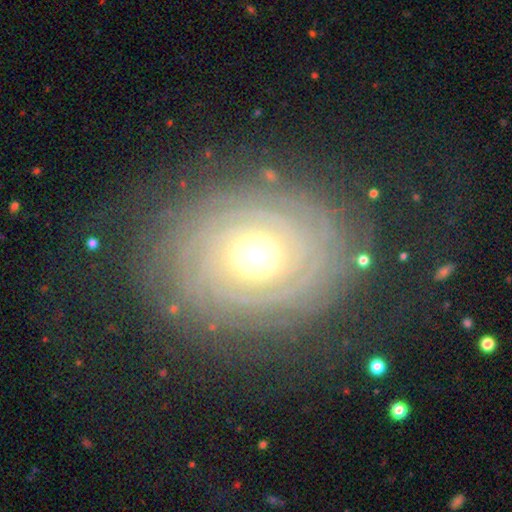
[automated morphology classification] Q: Smooth or featured?
A: featured or disk (80%); runner-up: smooth (13%)
Q: Edge-on disk?
A: no (96%); runner-up: yes (4%)
Q: Bar?
A: no (81%); runner-up: weak (13%)
Q: Spiral arms?
A: yes (89%); runner-up: no (11%)
Q: Spiral winding?
A: tight (84%); runner-up: medium (11%)
Q: Spiral arm count?
A: can't tell (39%); runner-up: more than 4 (19%)
Q: Bulge size?
A: moderate (66%); runner-up: large (16%)
Q: Merging?
A: none (81%); runner-up: minor disturbance (12%)